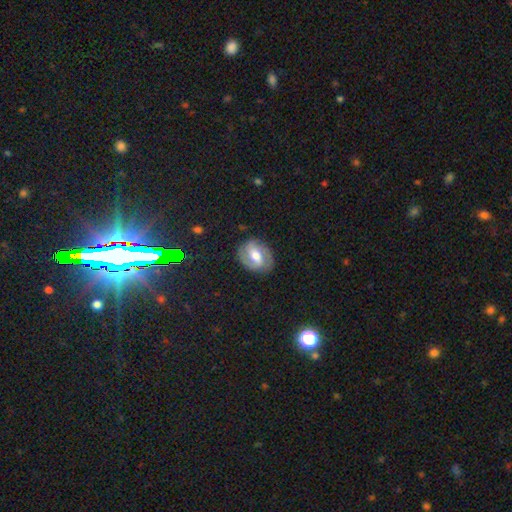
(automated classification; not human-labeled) Q: Smooth or featured?
A: featured or disk (70%); runner-up: smooth (23%)
Q: Edge-on disk?
A: no (96%); runner-up: yes (4%)
Q: Bar?
A: weak (43%); runner-up: strong (38%)
Q: Spiral arms?
A: yes (83%); runner-up: no (17%)
Q: Spiral winding?
A: medium (43%); runner-up: tight (42%)
Q: Spiral arm count?
A: 2 (83%); runner-up: can't tell (9%)
Q: Bulge size?
A: moderate (69%); runner-up: large (15%)
Q: Merging?
A: none (81%); runner-up: minor disturbance (13%)